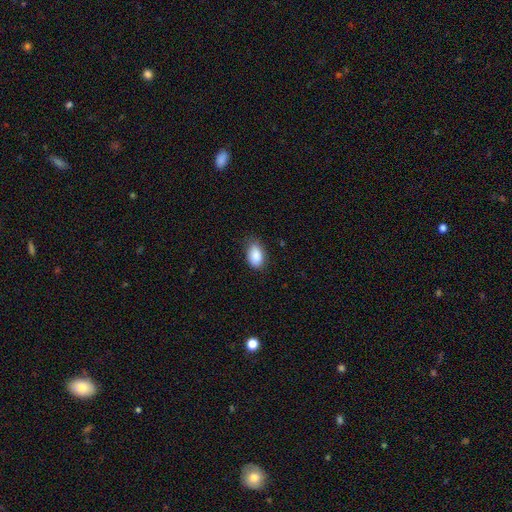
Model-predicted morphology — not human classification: Q: Smooth or featured?
A: smooth (88%); runner-up: star or artifact (7%)
Q: How rounded?
A: in between (91%); runner-up: round (7%)
Q: Merging?
A: none (71%); runner-up: minor disturbance (24%)